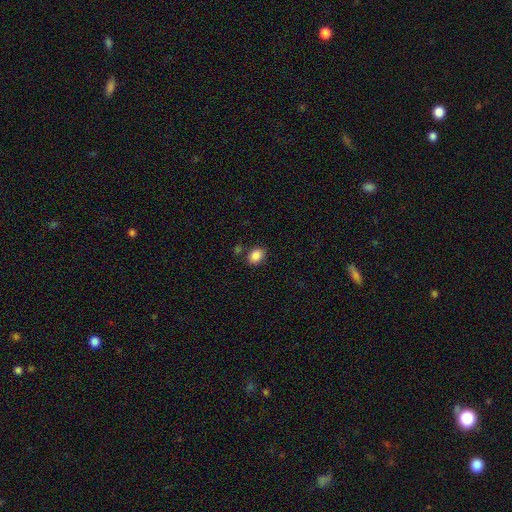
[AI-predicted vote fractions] Smooth or featured?
  - smooth: 87% *
  - star or artifact: 9%
  - featured or disk: 4%
How rounded?
  - in between: 61% *
  - round: 38%
  - cigar-shaped: 1%
Merging?
  - none: 78% *
  - minor disturbance: 12%
  - merger: 7%
  - major disturbance: 3%